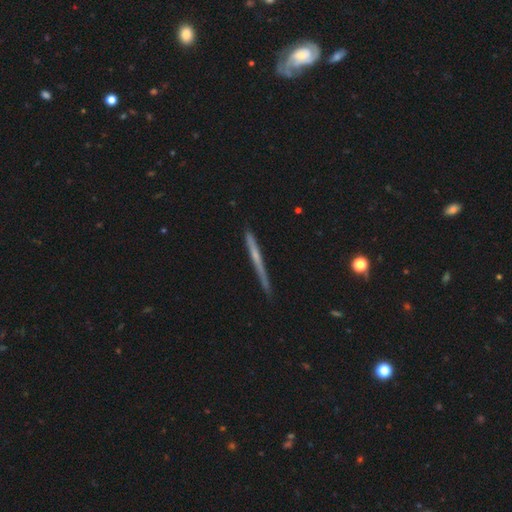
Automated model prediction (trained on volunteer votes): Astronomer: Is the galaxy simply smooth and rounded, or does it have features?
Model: featured or disk — 59%.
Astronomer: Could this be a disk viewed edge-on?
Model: yes — 97%.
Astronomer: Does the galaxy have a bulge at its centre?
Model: none — 68%.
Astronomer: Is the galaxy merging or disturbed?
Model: none — 84%.